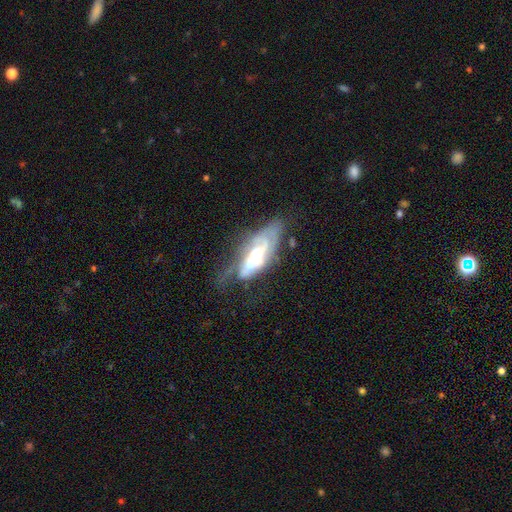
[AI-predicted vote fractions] A featured or disk galaxy (66%).

Vote fractions:
- Smooth or featured? featured or disk: 66% / smooth: 24% / star or artifact: 9%
- Edge-on disk? no: 68% / yes: 32%
- Merging? none: 38% / major disturbance: 30% / minor disturbance: 28% / merger: 4%